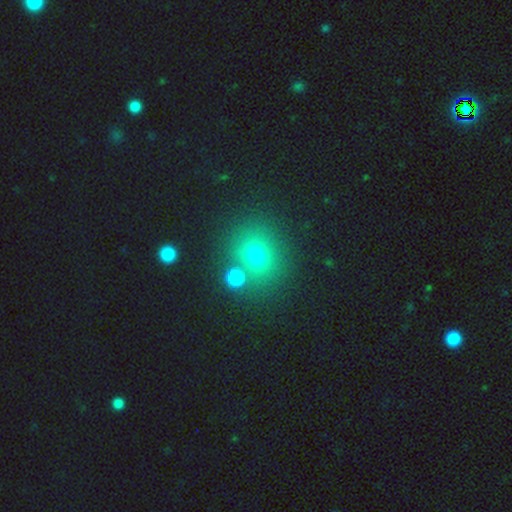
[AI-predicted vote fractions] This is likely a smooth galaxy (70%). How rounded: likely round (79%). Merging: likely none (73%).